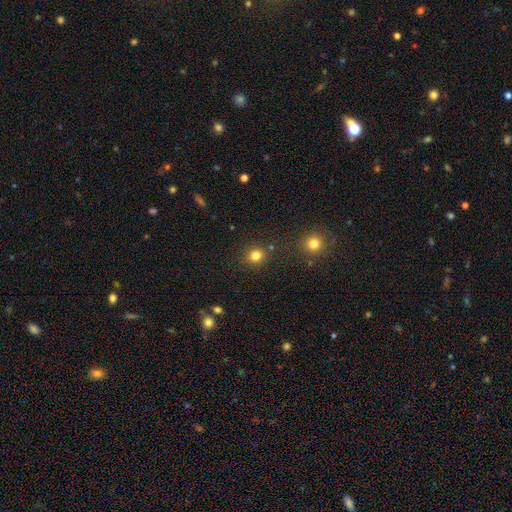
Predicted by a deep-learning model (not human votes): Q: Smooth or featured?
A: smooth (80%); runner-up: star or artifact (15%)
Q: How rounded?
A: round (85%); runner-up: in between (14%)
Q: Merging?
A: none (84%); runner-up: minor disturbance (8%)